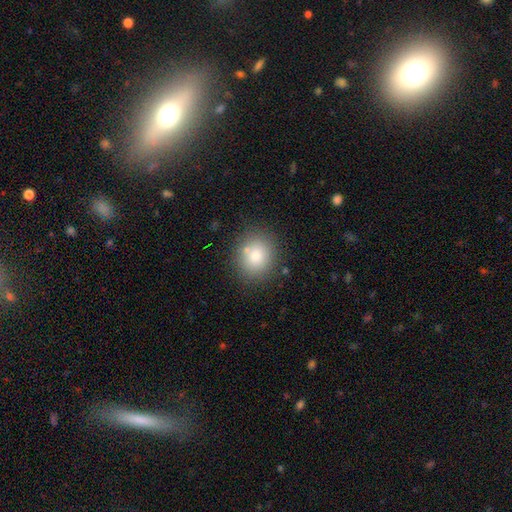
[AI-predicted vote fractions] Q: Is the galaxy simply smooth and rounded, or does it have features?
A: smooth — 78%.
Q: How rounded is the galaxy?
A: round — 71%.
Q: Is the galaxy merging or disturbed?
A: none — 78%.